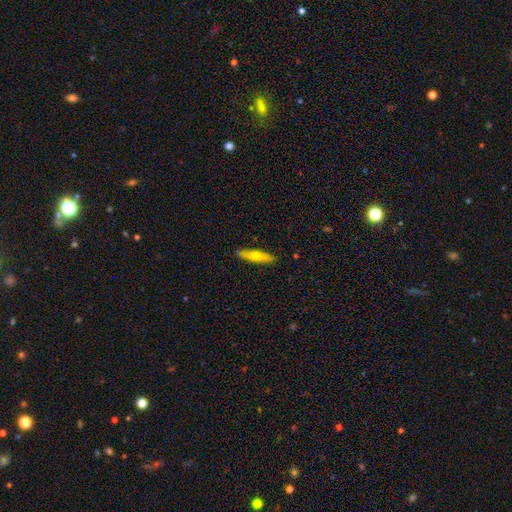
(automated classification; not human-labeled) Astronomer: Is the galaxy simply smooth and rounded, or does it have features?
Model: smooth — 61%.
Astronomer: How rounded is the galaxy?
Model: cigar-shaped — 81%.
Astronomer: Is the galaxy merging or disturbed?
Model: none — 88%.